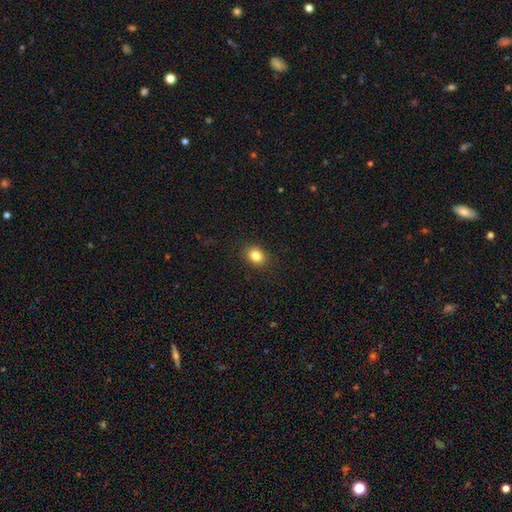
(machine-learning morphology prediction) Smooth or featured? Predicted: smooth (p=0.83). How rounded? Predicted: round (p=0.52). Merging? Predicted: none (p=0.89).